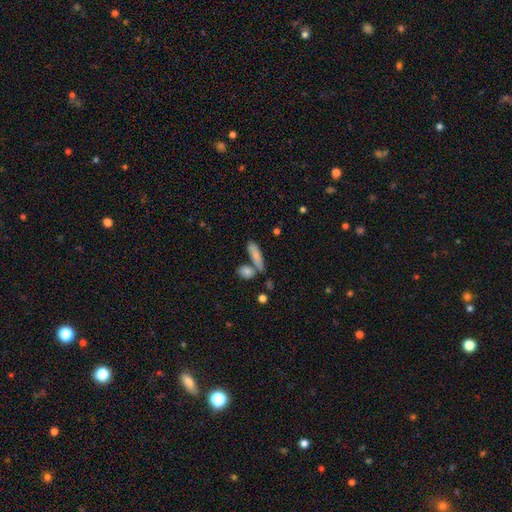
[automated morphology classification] smooth 80%, featured or disk 13%, star or artifact 7%. Down the decision tree: how rounded — cigar-shaped (61%); merging — none (61%).